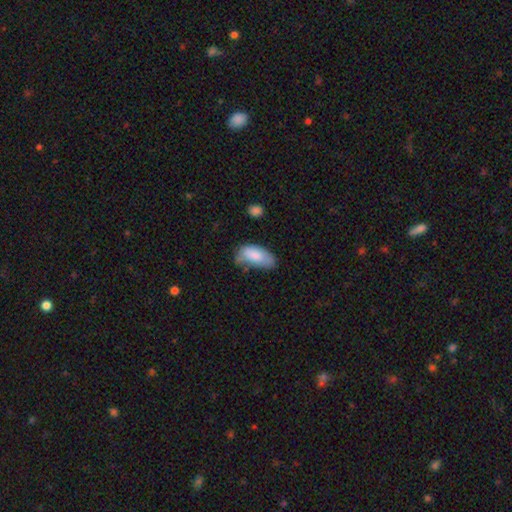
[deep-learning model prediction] Smooth or featured?
  - smooth: 82% *
  - featured or disk: 11%
  - star or artifact: 7%
How rounded?
  - in between: 91% *
  - cigar-shaped: 6%
  - round: 2%
Merging?
  - none: 48% *
  - minor disturbance: 35%
  - major disturbance: 11%
  - merger: 7%